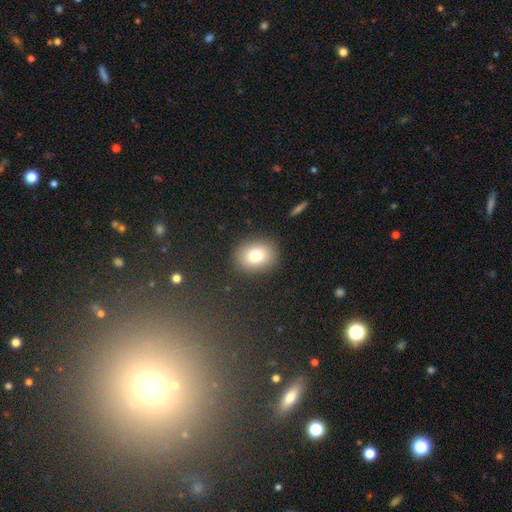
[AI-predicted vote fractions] A smooth galaxy with no disk features (80%) that is in between round and cigar-shaped (52%). Merging: none (88%).